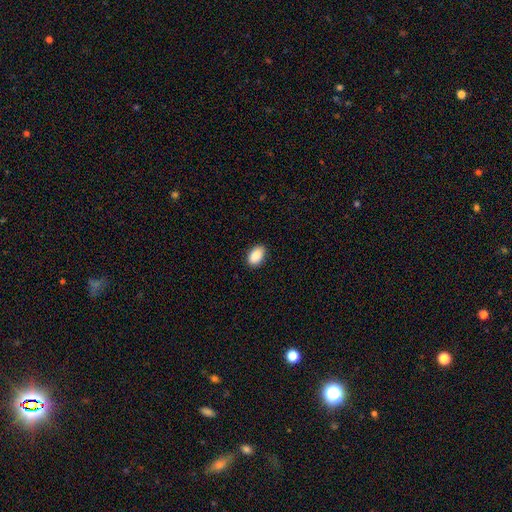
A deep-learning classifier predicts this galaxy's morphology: A smooth galaxy with no disk features (90%) that is in between round and cigar-shaped (92%). Merging: none (87%).